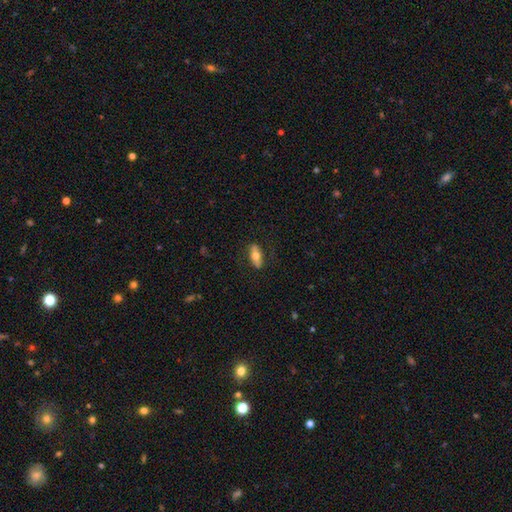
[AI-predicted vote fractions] This appears to be a smooth galaxy with no disk features (57%) that is in between round and cigar-shaped (70%). Merging: none (83%).